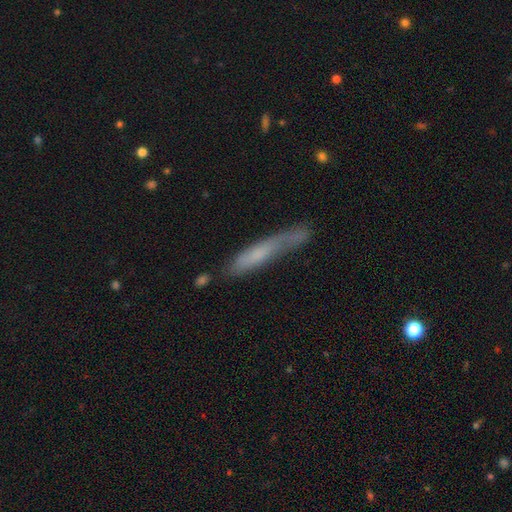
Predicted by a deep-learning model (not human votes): Morphology: type=smooth (61%); roundness=cigar-shaped (89%); merging=none (50%).